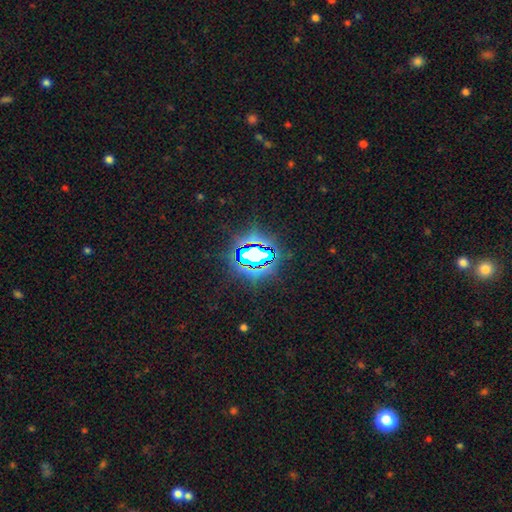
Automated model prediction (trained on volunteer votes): Smooth or featured? star or artifact (80%)